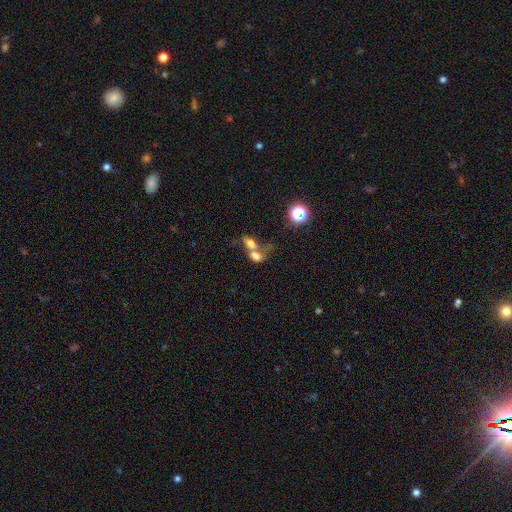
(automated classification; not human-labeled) A smooth galaxy with no disk features (64%) that is in between round and cigar-shaped (66%). Merging: merger (70%).